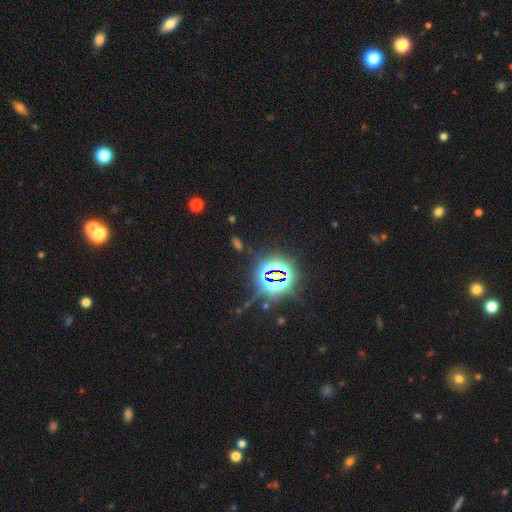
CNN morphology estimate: Smooth or featured?
  - star or artifact: 82% *
  - smooth: 11%
  - featured or disk: 7%